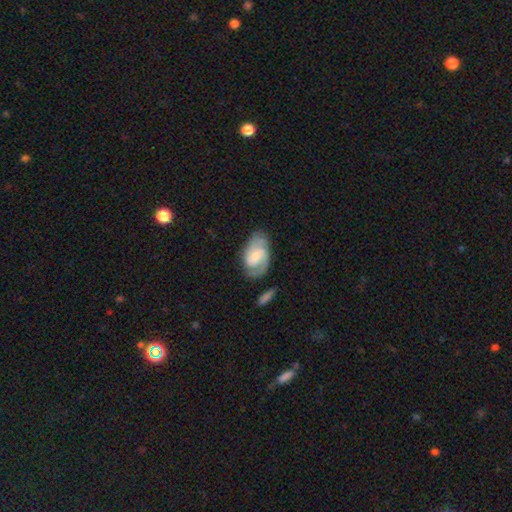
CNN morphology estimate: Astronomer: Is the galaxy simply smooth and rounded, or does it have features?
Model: featured or disk — 73%.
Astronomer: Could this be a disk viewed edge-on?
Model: no — 97%.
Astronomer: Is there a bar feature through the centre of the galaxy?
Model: weak — 47% (runner-up: no, 43%).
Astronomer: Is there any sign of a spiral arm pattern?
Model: yes — 93%.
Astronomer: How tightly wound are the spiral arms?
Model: medium — 46% (runner-up: tight, 38%).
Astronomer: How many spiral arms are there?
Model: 2 — 71%.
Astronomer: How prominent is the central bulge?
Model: small — 50% (runner-up: moderate, 40%).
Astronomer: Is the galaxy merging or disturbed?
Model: none — 69%.